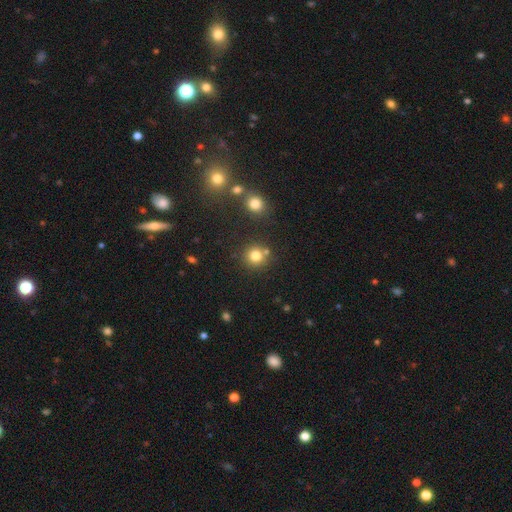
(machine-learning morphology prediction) Overall: smooth (80%). How rounded: round (92%). Merging: none (77%).